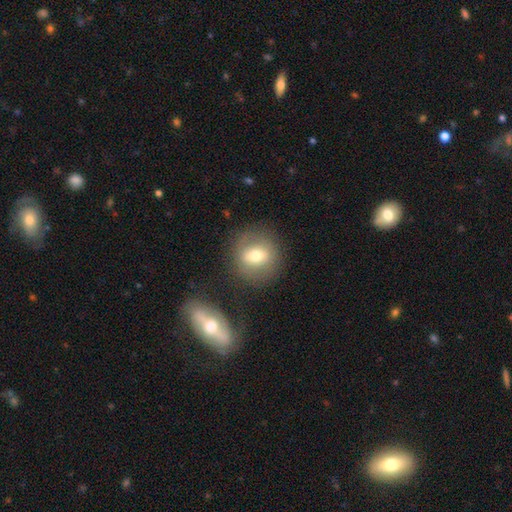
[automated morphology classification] Overall: smooth (60%; featured or disk 30%). How rounded: round (80%). Merging: none (80%).